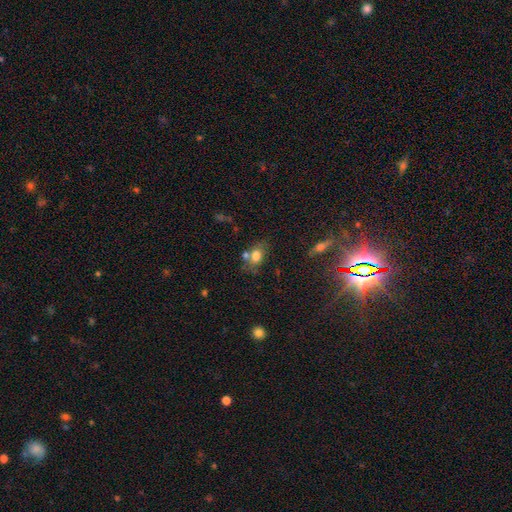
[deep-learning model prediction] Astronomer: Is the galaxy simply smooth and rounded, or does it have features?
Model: smooth — 75%.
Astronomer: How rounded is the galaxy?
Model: in between — 74%.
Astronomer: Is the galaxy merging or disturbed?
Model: none — 54%.